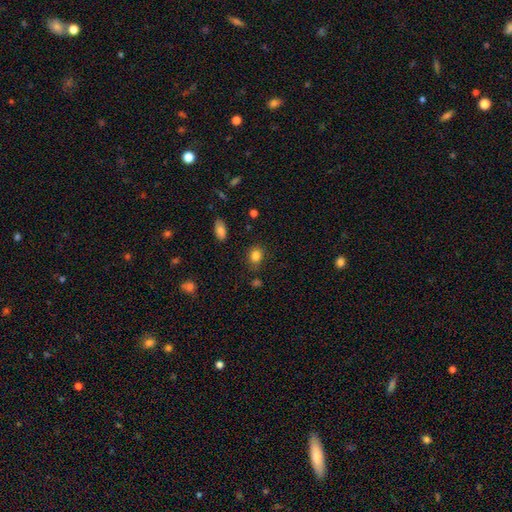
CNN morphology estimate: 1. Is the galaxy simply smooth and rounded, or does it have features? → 83% smooth, 11% star or artifact, 6% featured or disk.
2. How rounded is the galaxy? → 53% round, 46% in between, 1% cigar-shaped.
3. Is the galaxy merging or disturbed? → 81% none, 13% minor disturbance, 3% major disturbance, 3% merger.